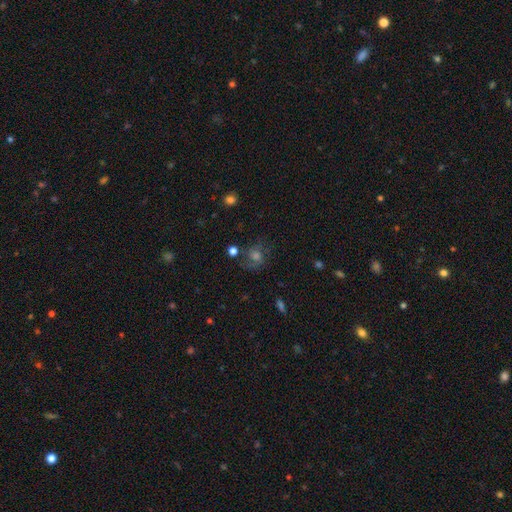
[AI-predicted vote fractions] This is marginally a featured or disk galaxy (39%). Merging: likely none (63%).